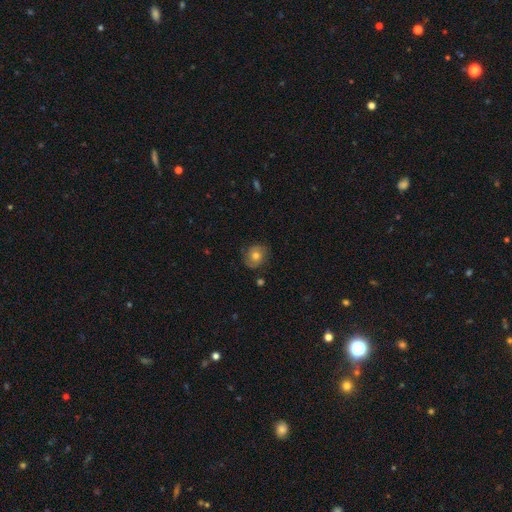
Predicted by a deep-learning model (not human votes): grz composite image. It shows a featured or disk galaxy (52%) with no bar (80%), spiral arms (83%) and a moderate central bulge (71%). Merging: none (77%).